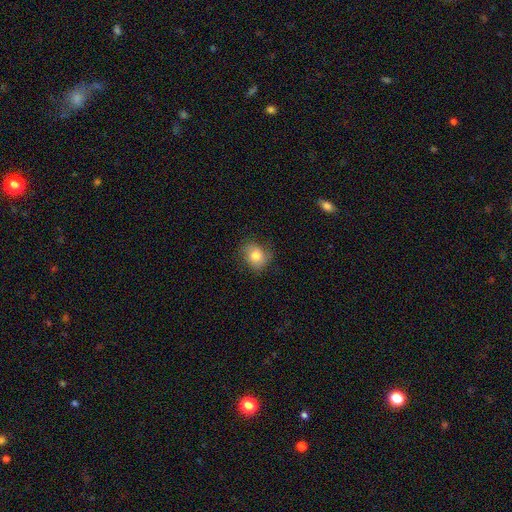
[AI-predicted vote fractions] Morphology: type=smooth (69%); roundness=round (59%); merging=none (66%).